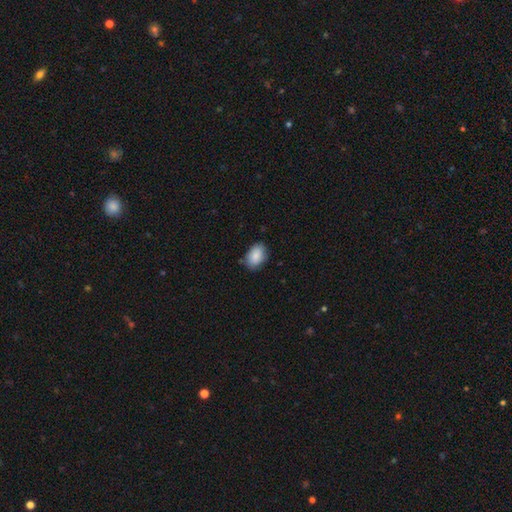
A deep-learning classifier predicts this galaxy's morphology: Smooth or featured?
  - smooth: 87% *
  - star or artifact: 7%
  - featured or disk: 6%
How rounded?
  - in between: 87% *
  - round: 12%
  - cigar-shaped: 1%
Merging?
  - none: 78% *
  - minor disturbance: 18%
  - major disturbance: 3%
  - merger: 2%